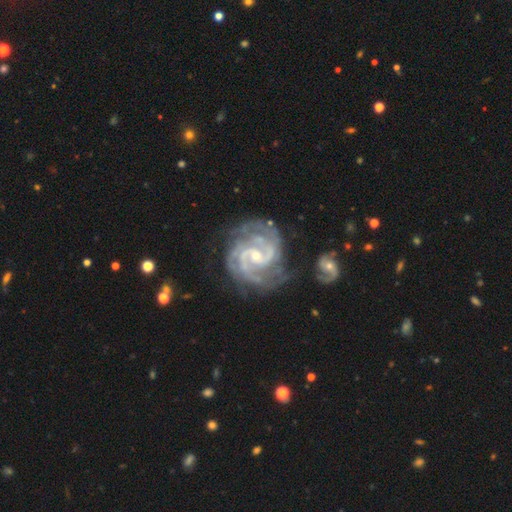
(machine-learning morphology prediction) This is clearly a featured or disk galaxy (93%). It is clearly not viewed edge-on (98%). Bar: marginally weak (44%). Spiral arm pattern: clearly yes (99%). Spiral arm count: possibly 2 (50%). Spiral winding: possibly tight (50%). Central bulge: likely small (67%). Merging: likely none (62%).